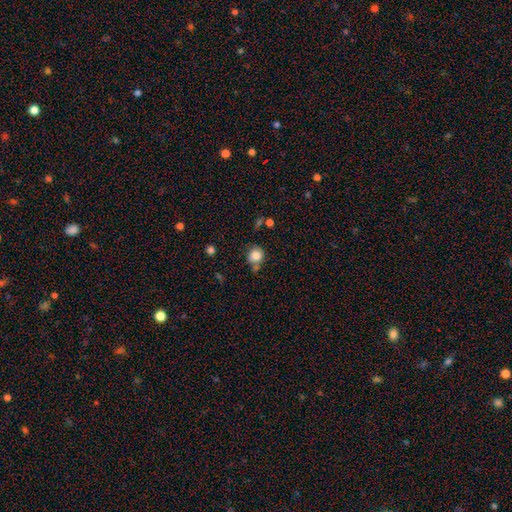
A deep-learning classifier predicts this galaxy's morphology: This appears to be a smooth galaxy with no disk features (82%) that is round (85%). Merging: none (61%).